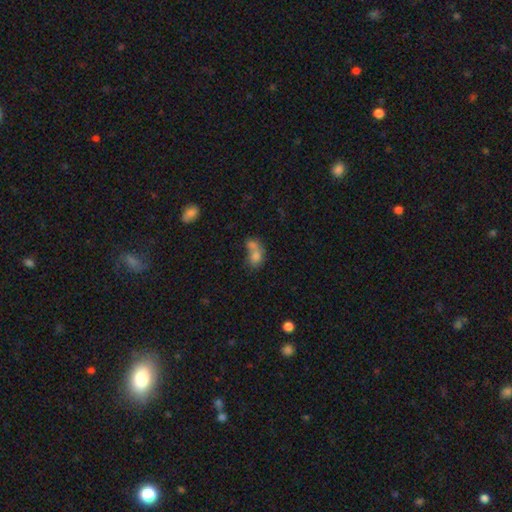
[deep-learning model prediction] Q: Smooth or featured?
A: smooth (73%); runner-up: featured or disk (16%)
Q: How rounded?
A: in between (60%); runner-up: round (38%)
Q: Merging?
A: merger (67%); runner-up: none (20%)